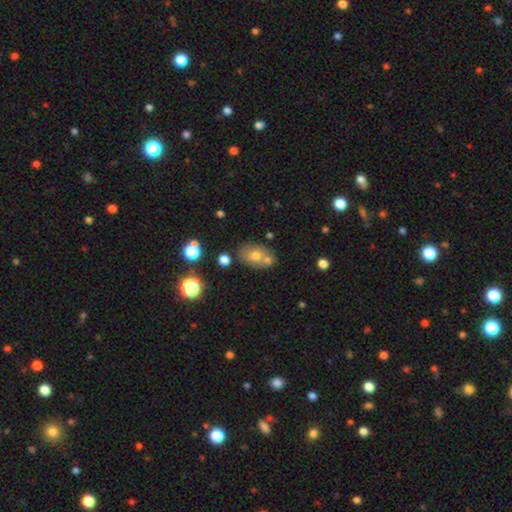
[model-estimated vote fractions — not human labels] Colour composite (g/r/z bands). It shows a smooth galaxy with no disk features (66%) that is in between round and cigar-shaped (76%). Merging: none (58%).